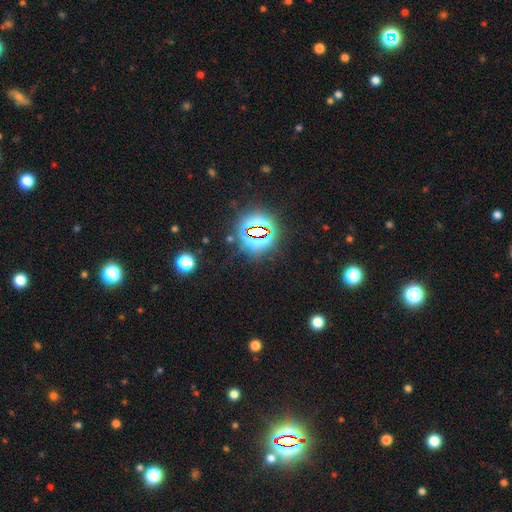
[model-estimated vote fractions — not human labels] Morphology: type=star or artifact (78%).